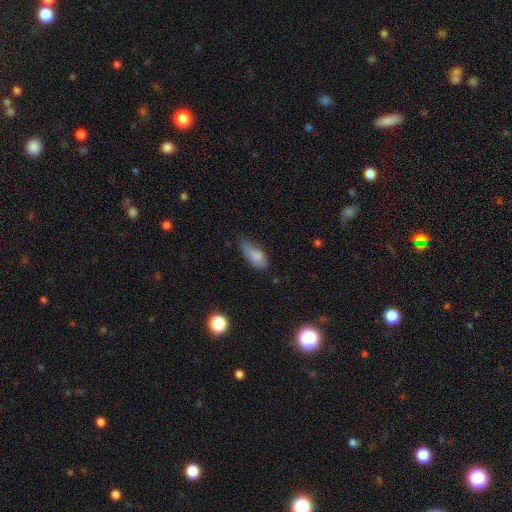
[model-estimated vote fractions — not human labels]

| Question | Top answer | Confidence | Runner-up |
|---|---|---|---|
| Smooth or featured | smooth | 82% | featured or disk (10%) |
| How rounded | in between | 85% | cigar-shaped (13%) |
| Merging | none | 49% | minor disturbance (38%) |